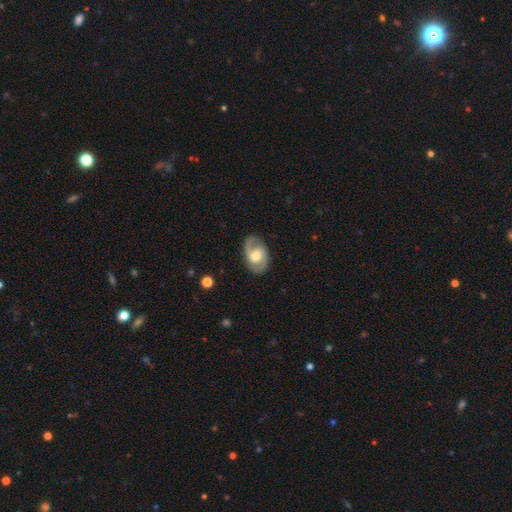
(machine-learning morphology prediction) Smooth or featured? featured or disk (76%)
Edge-on disk? no (96%)
Bar? no (53%)
Spiral arms? yes (92%)
Spiral winding? medium (50%)
Spiral arm count? 2 (85%)
Bulge size? moderate (68%)
Merging? none (79%)